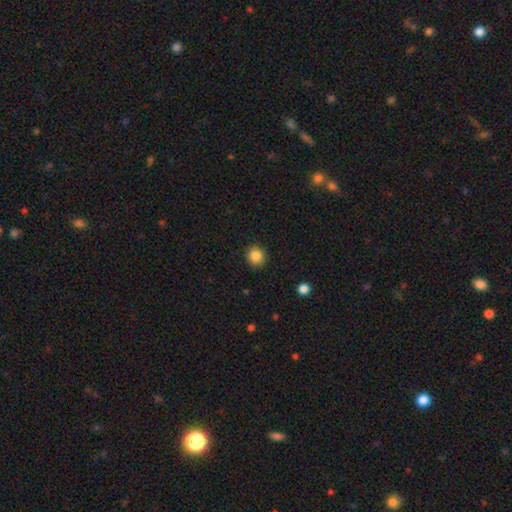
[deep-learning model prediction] Smooth or featured? smooth (86%)
How rounded? round (85%)
Merging? none (88%)